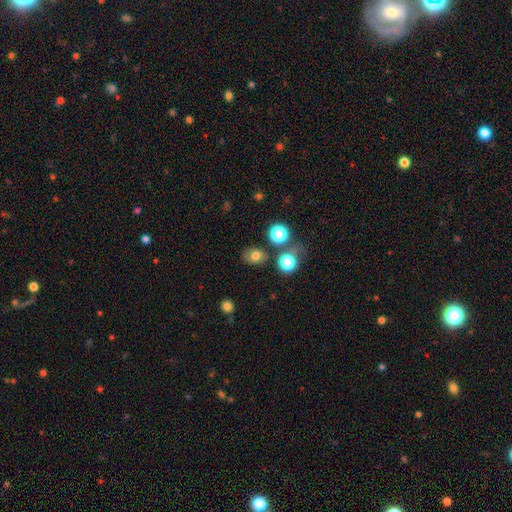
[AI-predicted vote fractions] The model was most divided on "how rounded": in between: 51%, round: 48%, cigar-shaped: 1%. More confident: merging — none (73%); smooth or featured — smooth (71%).